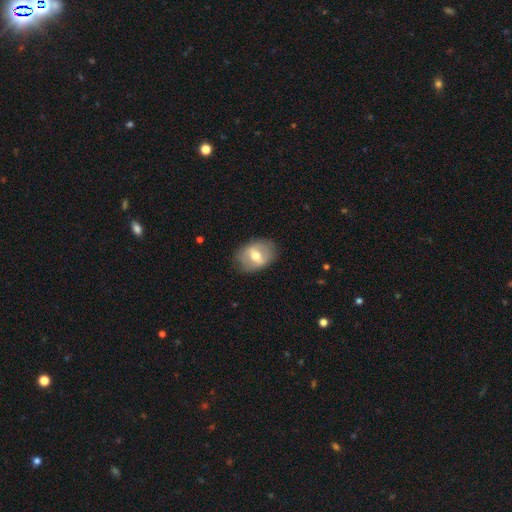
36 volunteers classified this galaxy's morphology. Overall: featured or disk (61%; smooth 39%). Edge-on disk: no (100%). Bar: strong (55%; weak 41%). Spiral arms: no (68%; yes 32%). Bulge size: moderate (59%; large 27%). Merging: none (81%).